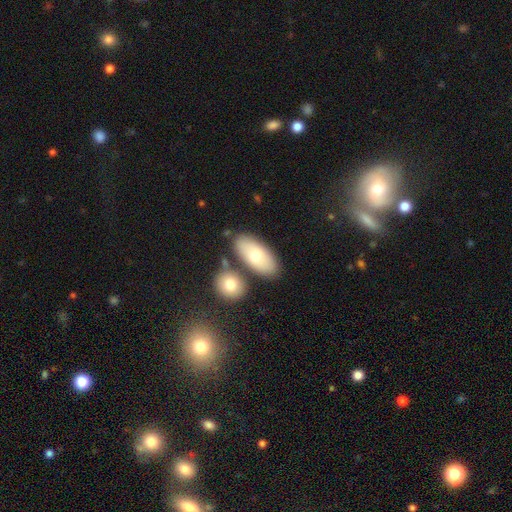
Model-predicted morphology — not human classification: Smooth or featured: smooth — 70% (featured or disk — 23%)
How rounded: in between — 89% (cigar-shaped — 7%)
Merging: none — 70% (merger — 16%)